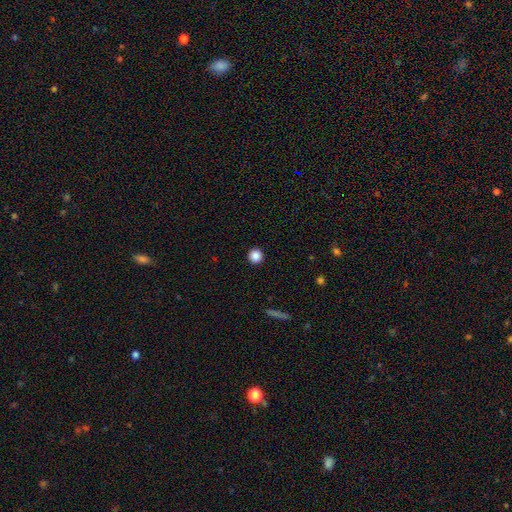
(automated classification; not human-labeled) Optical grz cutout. It shows a smooth galaxy with no disk features (86%) that is round (95%). Merging: none (93%).